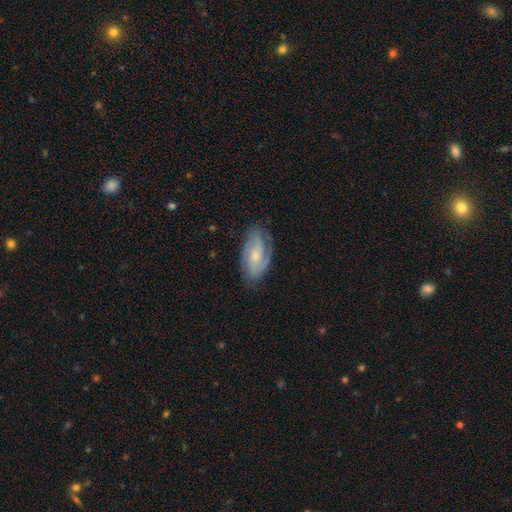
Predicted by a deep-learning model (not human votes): smooth_or_featured: featured or disk (p=0.73) [alt: smooth p=0.21]
disk_edge_on: no (p=0.95) [alt: yes p=0.05]
bar: no (p=0.61) [alt: weak p=0.32]
has_spiral_arms: yes (p=0.93) [alt: no p=0.07]
spiral_winding: tight (p=0.49) [alt: medium p=0.39]
spiral_arm_count: 2 (p=0.55) [alt: can't tell p=0.20]
bulge_size: small (p=0.54) [alt: moderate p=0.37]
merging: none (p=0.72) [alt: minor disturbance p=0.19]